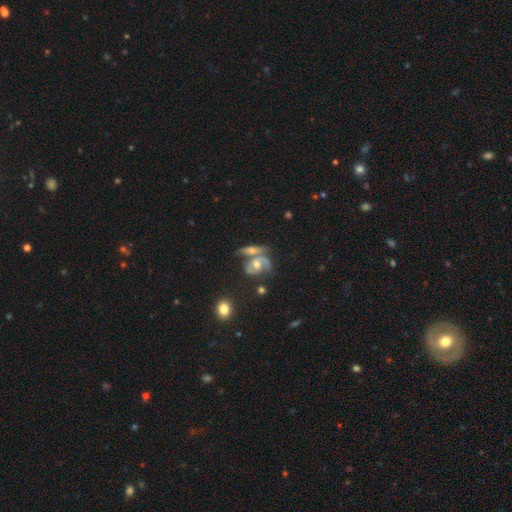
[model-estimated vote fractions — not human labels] featured or disk 70%, smooth 19%, star or artifact 11%. Down the decision tree: edge-on disk — no (84%); bar — no (68%); spiral arms — yes (76%); bulge size — moderate (60%); merging — none (41%).